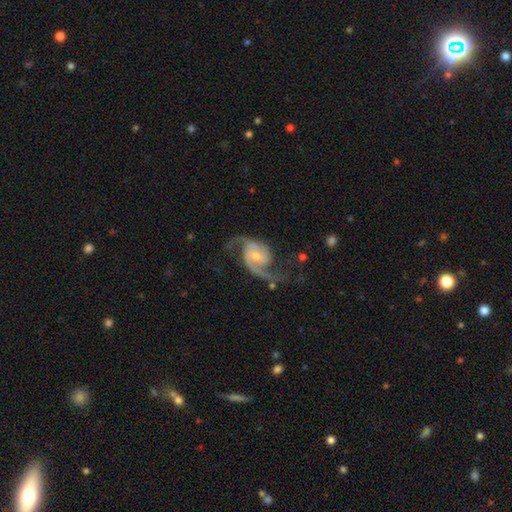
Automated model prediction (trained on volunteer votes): Smooth or featured?
  - featured or disk: 90% *
  - smooth: 5%
  - star or artifact: 5%
Edge-on disk?
  - no: 98% *
  - yes: 2%
Bar?
  - no: 54% *
  - weak: 37%
  - strong: 10%
Spiral arms?
  - yes: 97% *
  - no: 3%
Spiral winding?
  - loose: 47% *
  - medium: 42%
  - tight: 10%
Spiral arm count?
  - 2: 91% *
  - 1: 3%
  - can't tell: 2%
  - 3: 2%
  - 4: 1%
  - more than 4: 1%
Bulge size?
  - small: 49% *
  - moderate: 44%
  - large: 4%
  - none: 3%
  - dominant: 1%
Merging?
  - none: 64% *
  - minor disturbance: 17%
  - major disturbance: 16%
  - merger: 3%